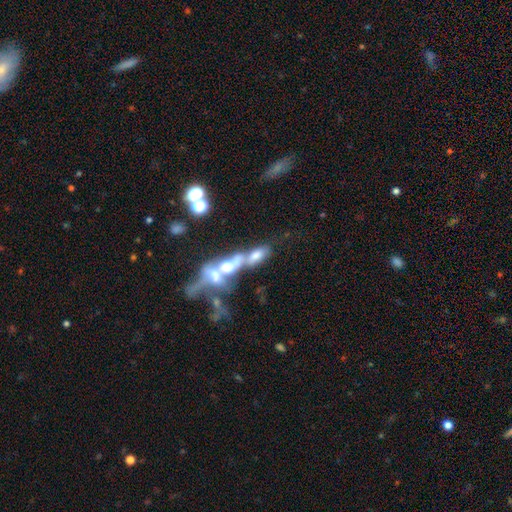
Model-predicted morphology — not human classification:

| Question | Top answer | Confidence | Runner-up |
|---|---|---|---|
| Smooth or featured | smooth | 51% | featured or disk (33%) |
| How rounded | in between | 77% | cigar-shaped (12%) |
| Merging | merger | 71% | none (12%) |